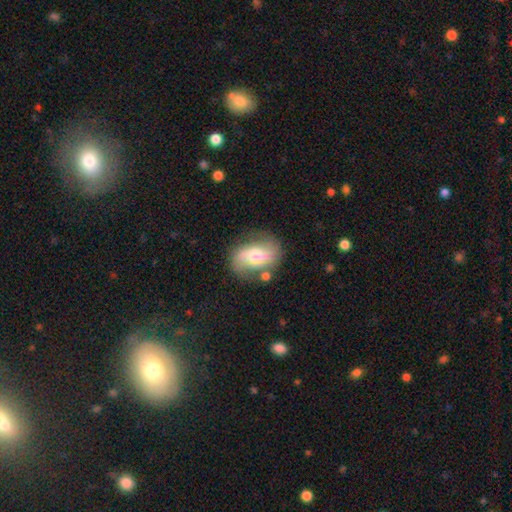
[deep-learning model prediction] Smooth or featured? featured or disk (55%)
Edge-on disk? no (96%)
Bar? no (45%)
Spiral arms? yes (78%)
Bulge size? moderate (55%)
Merging? none (61%)